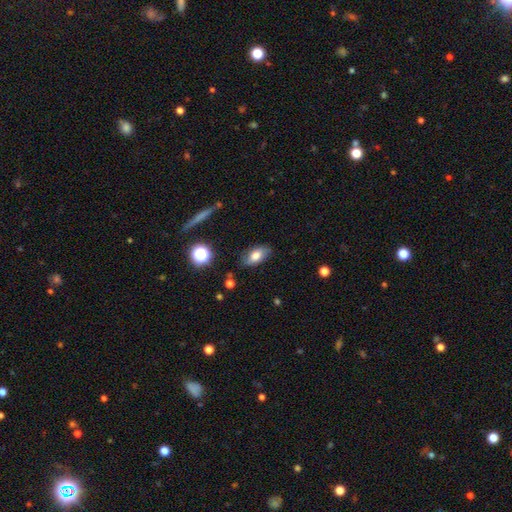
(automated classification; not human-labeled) smooth_or_featured: smooth (p=0.72) [alt: featured or disk p=0.19]
how_rounded: in between (p=0.88) [alt: round p=0.07]
merging: none (p=0.79) [alt: minor disturbance p=0.15]